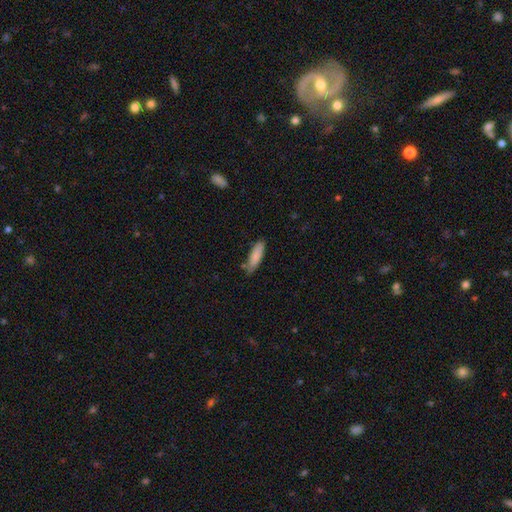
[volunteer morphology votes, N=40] A smooth galaxy with no disk features (88%) that is in between round and cigar-shaped (51%).

Vote fractions:
- Smooth or featured? smooth: 88% / featured or disk: 8% / star or artifact: 5%
- How rounded? in between: 51% / cigar-shaped: 49% / round: 0%
- Merging? none: 76% / minor disturbance: 21% / merger: 3% / major disturbance: 0%